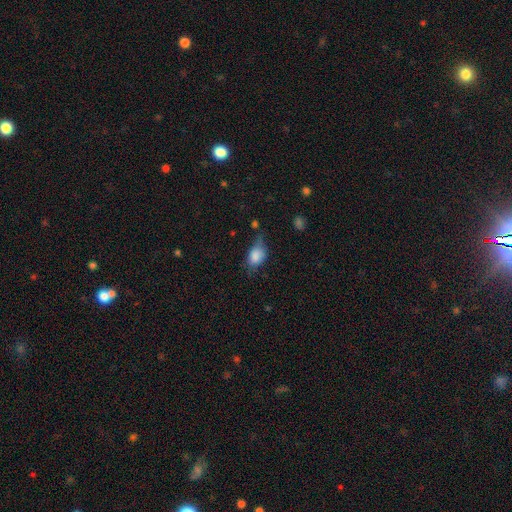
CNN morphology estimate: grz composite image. It shows a smooth galaxy with no disk features (82%) that is in between round and cigar-shaped (78%). Merging: none (44%).